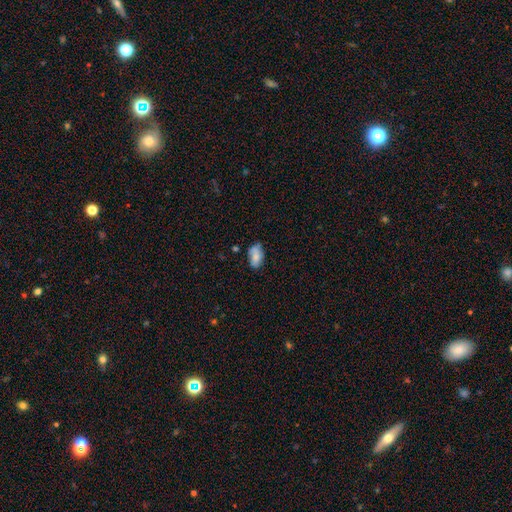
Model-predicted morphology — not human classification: smooth-or-featured: smooth: 72% | featured or disk: 20% | star or artifact: 8%
  how-rounded: in between: 92% | round: 5% | cigar-shaped: 3%
  merging: none: 58% | minor disturbance: 29% | major disturbance: 7% | merger: 6%